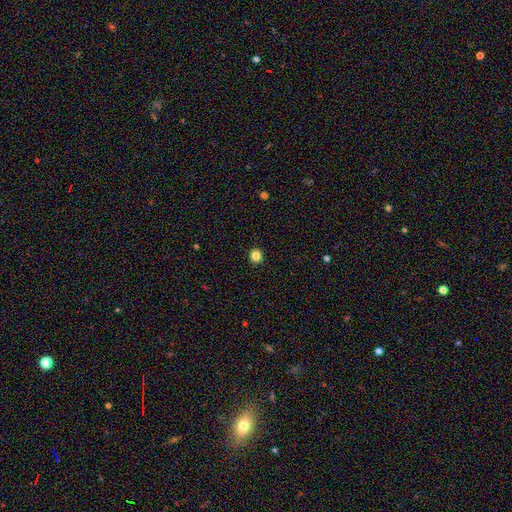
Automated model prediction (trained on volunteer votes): smooth_or_featured: smooth (p=0.83) [alt: star or artifact p=0.12]
how_rounded: round (p=0.93) [alt: in between p=0.06]
merging: none (p=0.93) [alt: minor disturbance p=0.05]